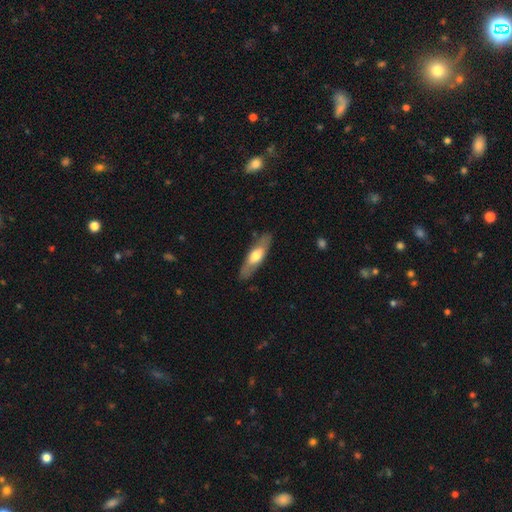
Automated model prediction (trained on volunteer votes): The model was most divided on "smooth or featured": smooth: 53%, featured or disk: 42%, star or artifact: 5%. More confident: merging — none (84%); how rounded — cigar-shaped (56%).